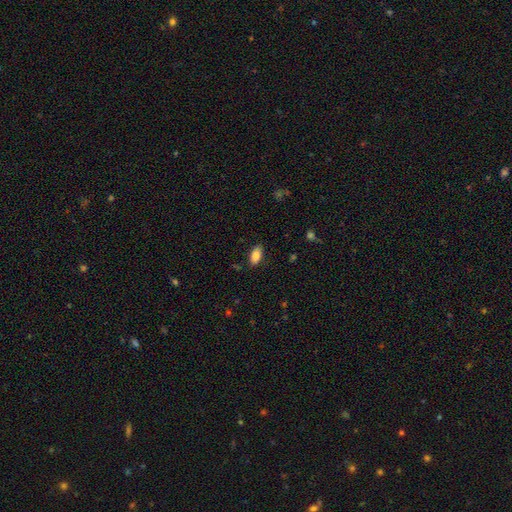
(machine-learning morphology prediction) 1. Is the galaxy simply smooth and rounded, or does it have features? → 86% smooth, 8% star or artifact, 6% featured or disk.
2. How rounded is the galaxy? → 91% in between, 5% cigar-shaped, 3% round.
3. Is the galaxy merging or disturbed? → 84% none, 12% minor disturbance, 3% major disturbance, 1% merger.